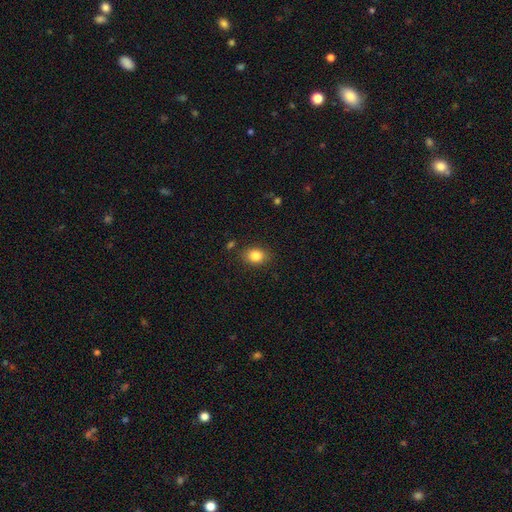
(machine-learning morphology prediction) Smooth or featured? smooth (84%)
How rounded? in between (60%)
Merging? none (84%)